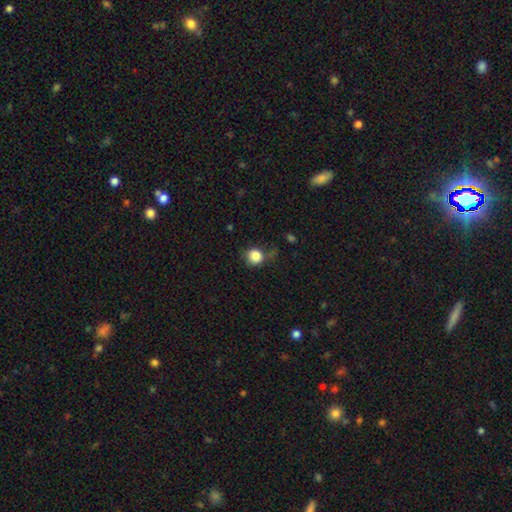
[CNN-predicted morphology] A smooth galaxy with no disk features (84%) that is round (88%). Merging: none (65%).